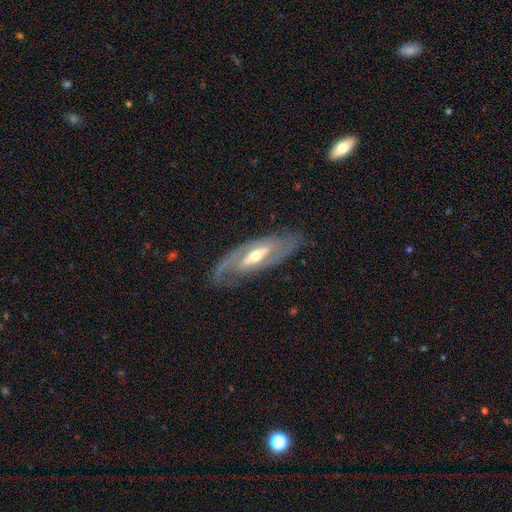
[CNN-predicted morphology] This appears to be a featured or disk galaxy (84%) with a strong bar (42%), 2 (79%) medium (44%) spiral arms (86%) and a moderate central bulge (62%). Merging: none (79%).